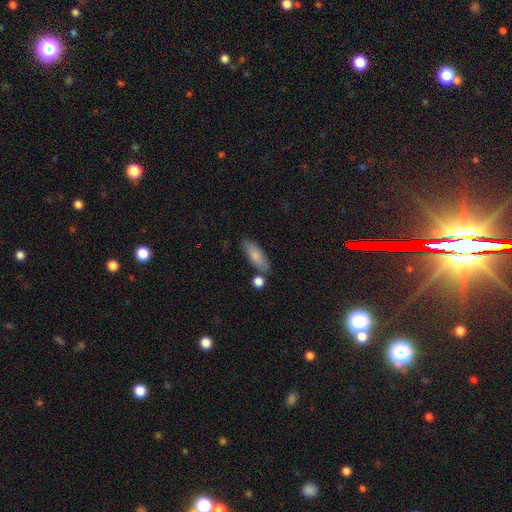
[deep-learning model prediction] smooth 81%, featured or disk 13%, star or artifact 6%. Down the decision tree: how rounded — in between (69%); merging — none (71%).